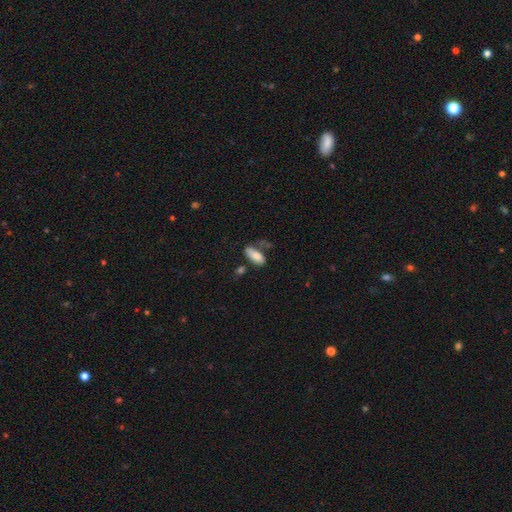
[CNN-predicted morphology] Overall: smooth (83%). How rounded: in between (85%). Merging: none (53%; minor disturbance 24%).